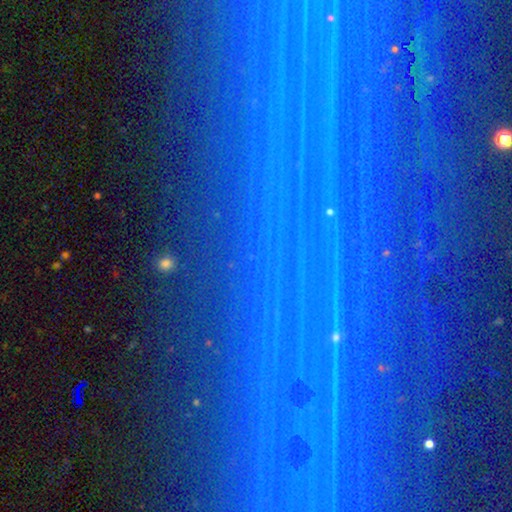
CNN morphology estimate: Overall: star or artifact (80%).